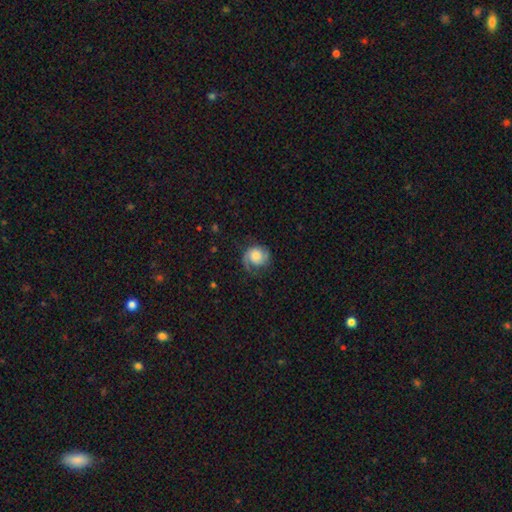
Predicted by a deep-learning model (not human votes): This appears to be a featured or disk galaxy (61%) with no bar (73%), 2 (63%) medium (40%) spiral arms (93%) and a moderate central bulge (34%). Merging: none (62%).